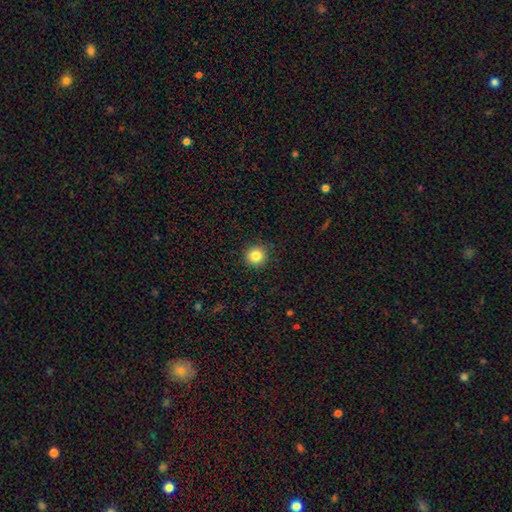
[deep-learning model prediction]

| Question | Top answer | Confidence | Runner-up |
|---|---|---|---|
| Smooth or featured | smooth | 83% | star or artifact (11%) |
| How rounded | round | 93% | in between (6%) |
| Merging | none | 90% | minor disturbance (7%) |